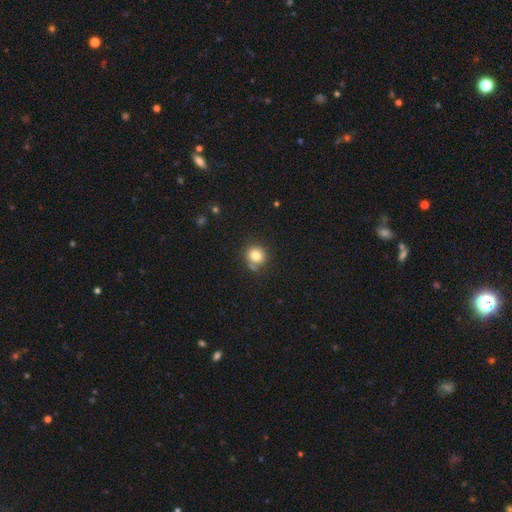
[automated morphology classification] This is clearly a smooth galaxy (81%). How rounded: clearly round (88%). Merging: likely none (74%).